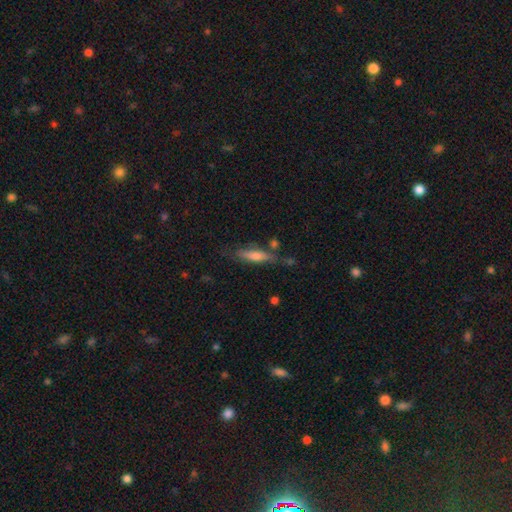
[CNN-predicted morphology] A smooth galaxy with no disk features (48%).

Vote fractions:
- Smooth or featured? smooth: 48% / featured or disk: 44% / star or artifact: 8%
- Merging? none: 70% / minor disturbance: 18% / merger: 7% / major disturbance: 5%